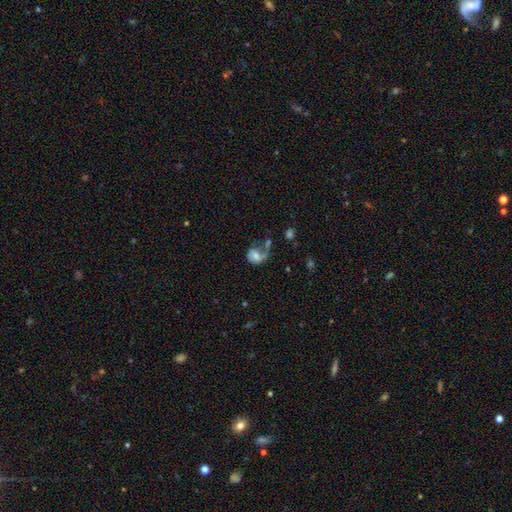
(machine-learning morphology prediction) Q: Smooth or featured?
A: featured or disk (51%); runner-up: smooth (40%)
Q: Edge-on disk?
A: no (97%); runner-up: yes (3%)
Q: Merging?
A: major disturbance (35%); runner-up: none (29%)